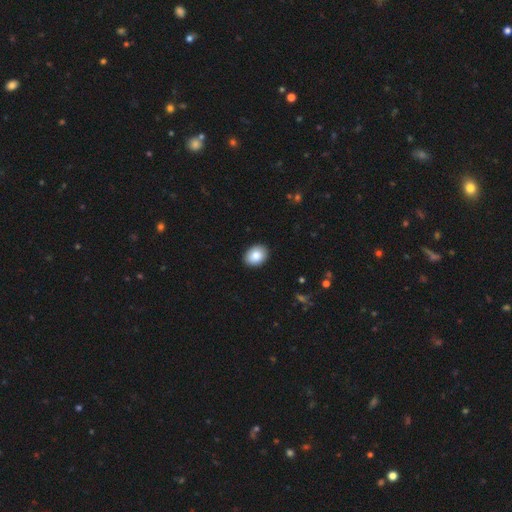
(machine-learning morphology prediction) smooth-or-featured: smooth: 87% | star or artifact: 7% | featured or disk: 6%
  how-rounded: in between: 71% | round: 28% | cigar-shaped: 1%
  merging: none: 91% | minor disturbance: 7% | major disturbance: 2% | merger: 1%